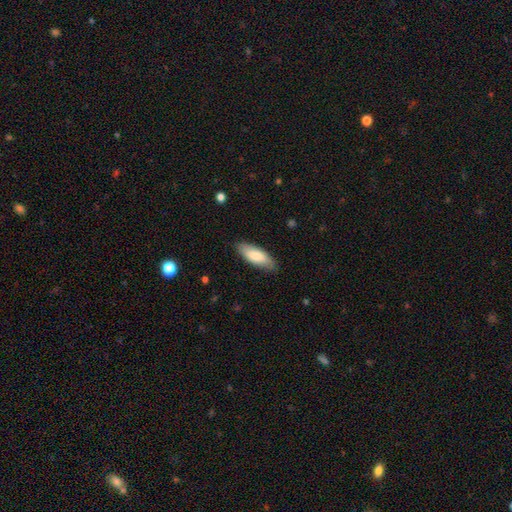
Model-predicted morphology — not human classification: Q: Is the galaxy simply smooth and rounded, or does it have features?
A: smooth — 81%.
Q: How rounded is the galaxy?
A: in between — 69%.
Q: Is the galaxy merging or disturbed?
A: none — 83%.